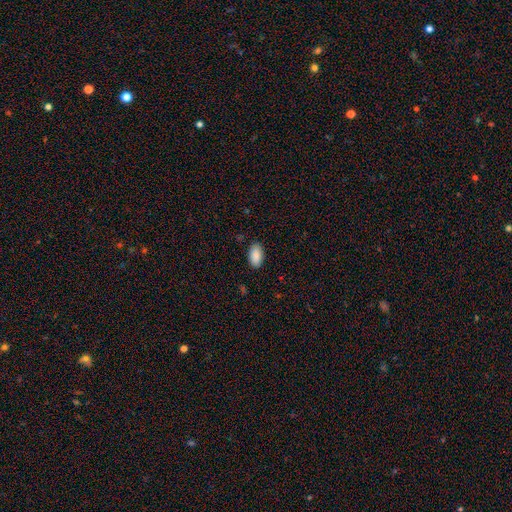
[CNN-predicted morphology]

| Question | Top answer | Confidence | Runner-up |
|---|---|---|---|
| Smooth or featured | smooth | 89% | star or artifact (6%) |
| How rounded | in between | 95% | round (3%) |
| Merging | none | 88% | minor disturbance (9%) |